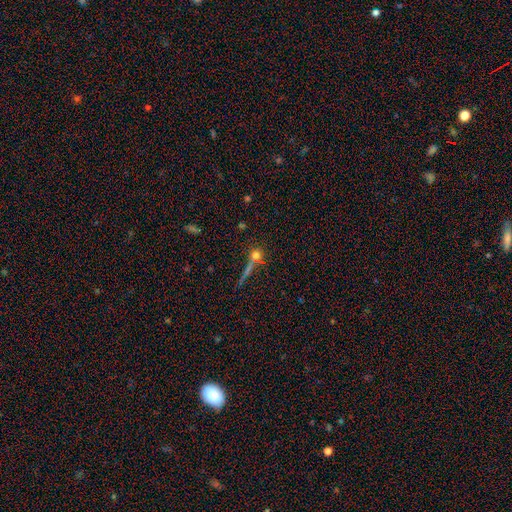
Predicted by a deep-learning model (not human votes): Smooth or featured: smooth — 60% (star or artifact — 24%)
How rounded: round — 84% (in between — 9%)
Merging: none — 66% (merger — 20%)